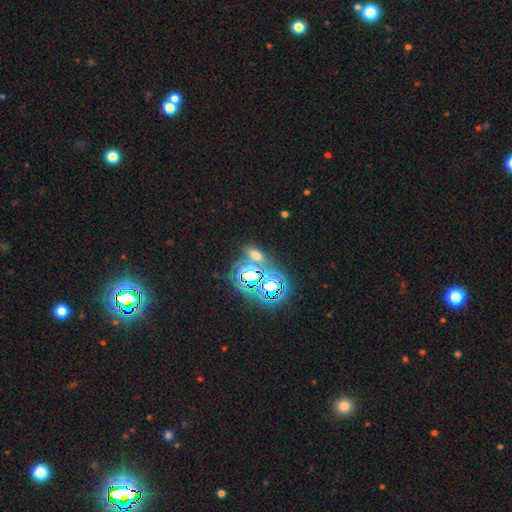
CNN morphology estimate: Smooth or featured?
  - star or artifact: 47% *
  - smooth: 42%
  - featured or disk: 11%